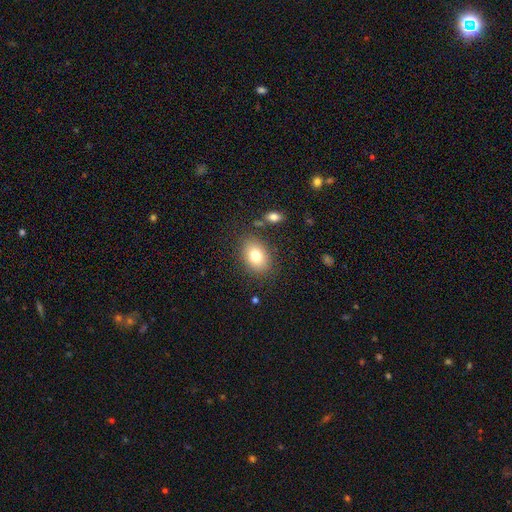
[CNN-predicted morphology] type=smooth (79%); roundness=in between (74%); merging=none (83%).